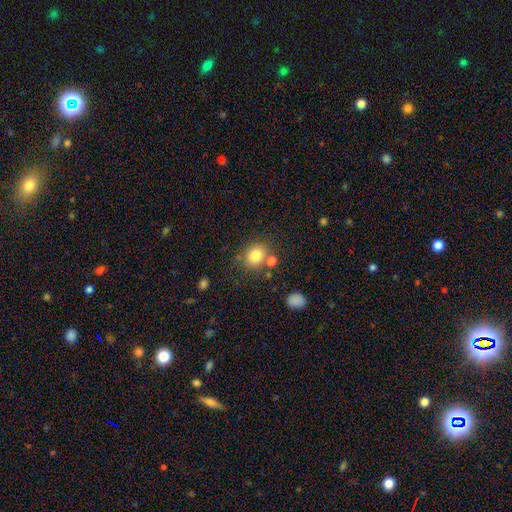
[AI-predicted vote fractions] The model was most divided on "how rounded": round: 64%, in between: 35%, cigar-shaped: 1%. More confident: smooth or featured — smooth (81%); merging — none (69%).